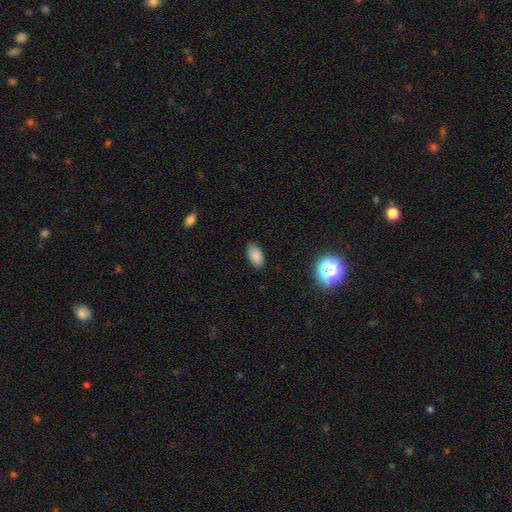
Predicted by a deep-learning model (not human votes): smooth 86%, star or artifact 10%, featured or disk 4%. Down the decision tree: how rounded — in between (93%); merging — none (85%).